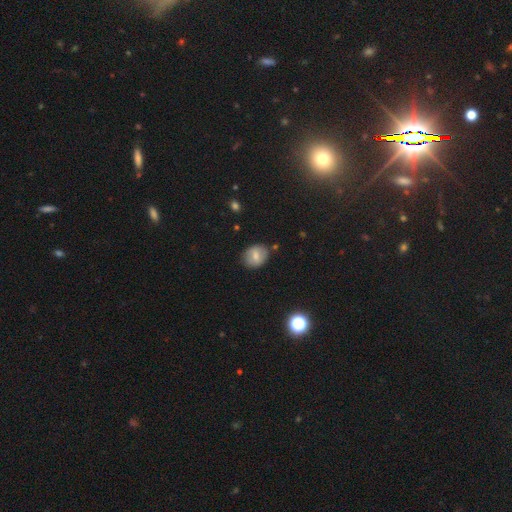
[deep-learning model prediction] The model was most divided on "how rounded": round: 50%, in between: 48%, cigar-shaped: 1%. More confident: merging — none (82%); smooth or featured — smooth (67%).